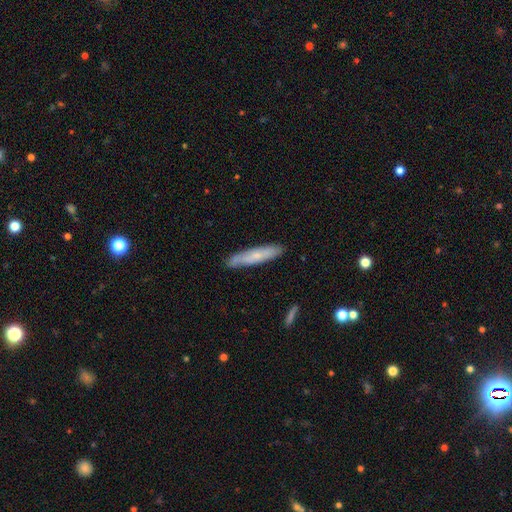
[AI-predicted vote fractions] Q: Smooth or featured?
A: smooth (55%); runner-up: featured or disk (38%)
Q: How rounded?
A: cigar-shaped (88%); runner-up: in between (10%)
Q: Merging?
A: none (82%); runner-up: minor disturbance (13%)